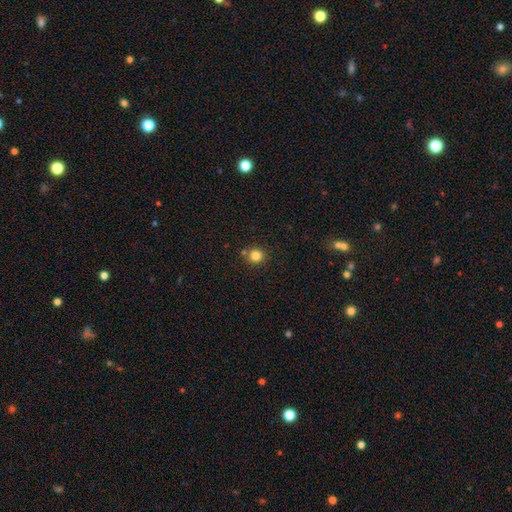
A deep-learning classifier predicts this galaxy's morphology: This appears to be a smooth galaxy with no disk features (83%) that is round (91%). Merging: none (77%).